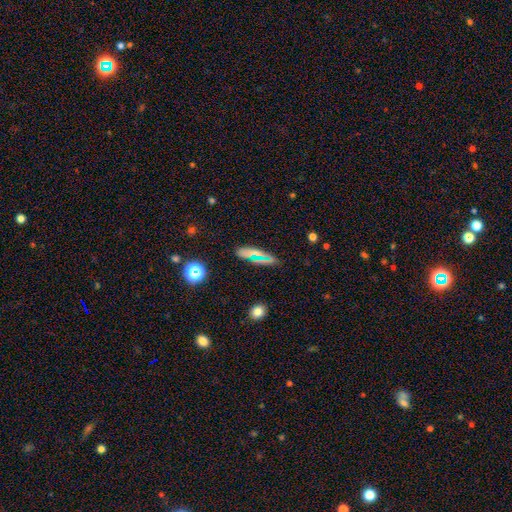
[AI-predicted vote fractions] Morphology: type=smooth (58%); roundness=cigar-shaped (51%); merging=none (80%).